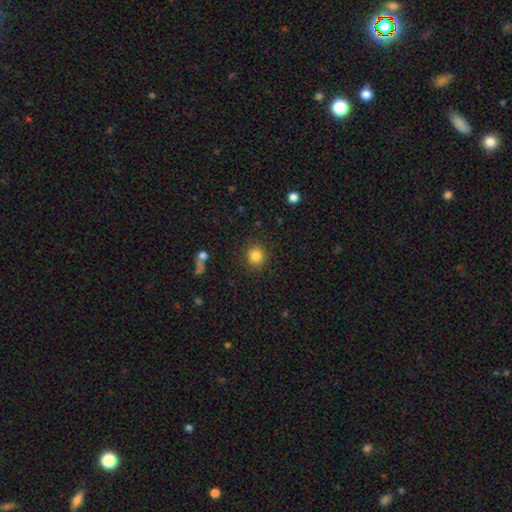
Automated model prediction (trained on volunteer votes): Overall: smooth (84%). How rounded: round (91%). Merging: none (88%).